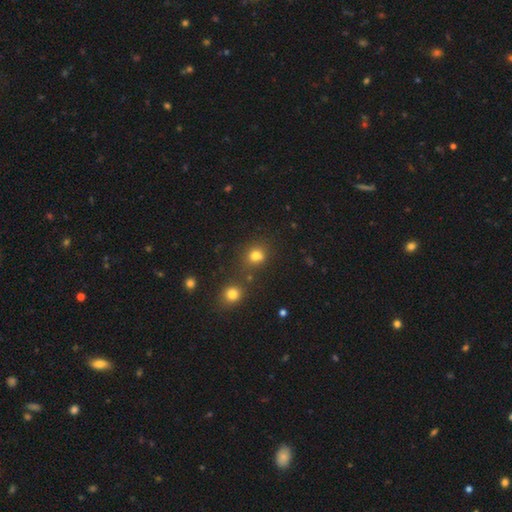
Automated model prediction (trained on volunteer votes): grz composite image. It shows a smooth galaxy with no disk features (76%) that is round (73%). Merging: none (64%).